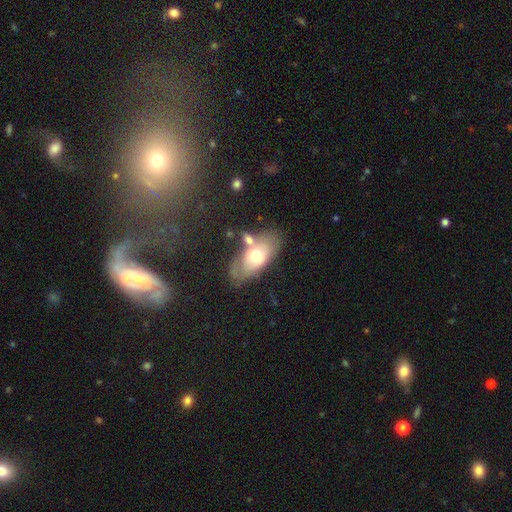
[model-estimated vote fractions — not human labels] This appears to be a smooth galaxy with no disk features (55%) that is in between round and cigar-shaped (90%). Merging: none (50%).